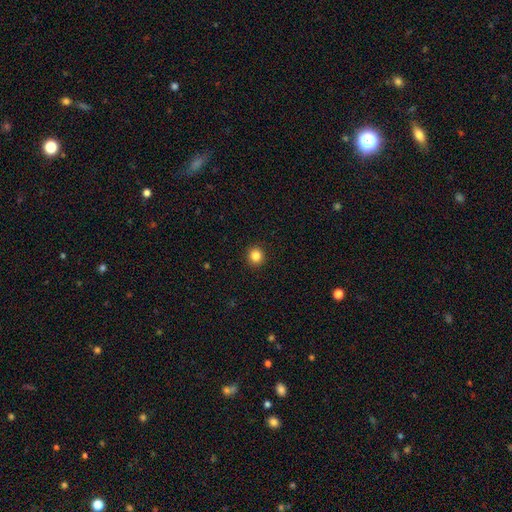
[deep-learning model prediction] smooth_or_featured: smooth (p=0.85) [alt: star or artifact p=0.11]
how_rounded: round (p=0.92) [alt: in between p=0.07]
merging: none (p=0.93) [alt: minor disturbance p=0.04]